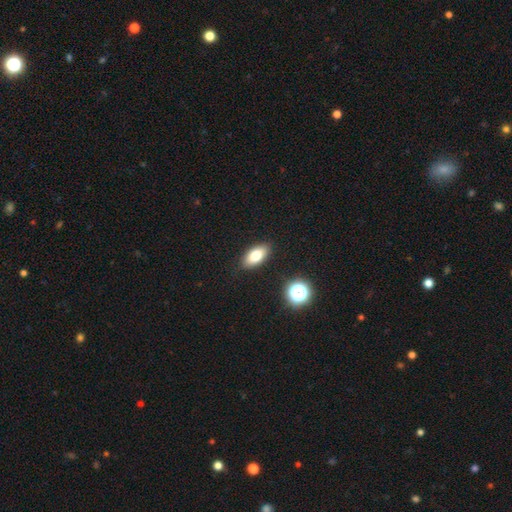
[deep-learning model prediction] Overall: smooth (76%). How rounded: in between (89%). Merging: none (88%).